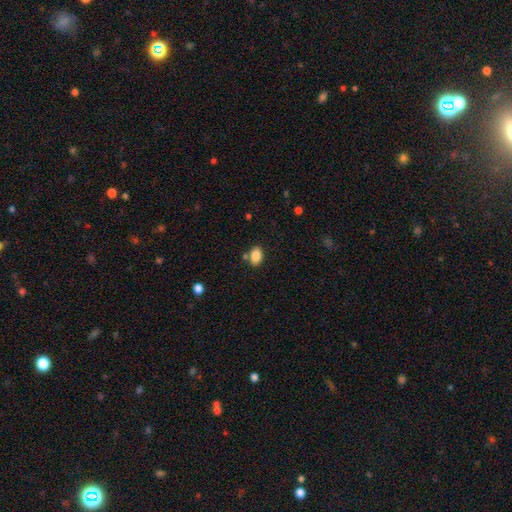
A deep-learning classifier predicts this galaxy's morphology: Q: Smooth or featured?
A: smooth (86%); runner-up: star or artifact (9%)
Q: How rounded?
A: in between (82%); runner-up: round (17%)
Q: Merging?
A: none (76%); runner-up: minor disturbance (12%)